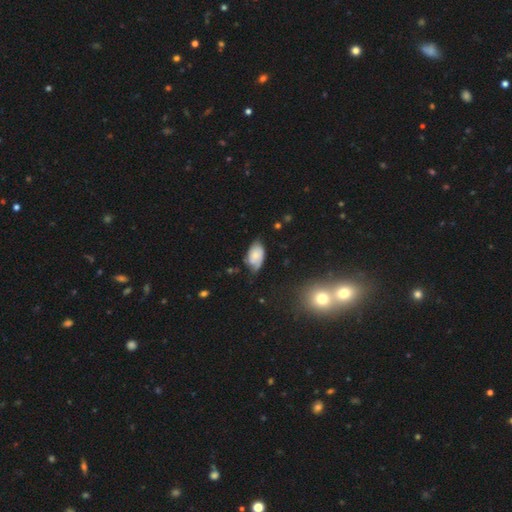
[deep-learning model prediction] Morphology: type=smooth (55%); roundness=in between (92%); merging=none (50%).